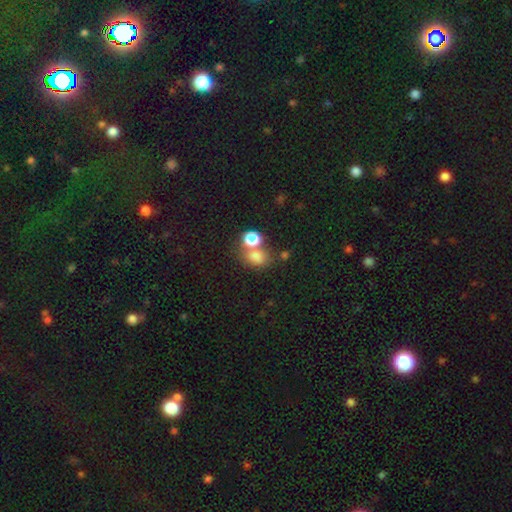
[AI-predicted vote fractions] Smooth or featured: smooth — 76% (star or artifact — 15%)
How rounded: in between — 53% (round — 46%)
Merging: merger — 43% (none — 40%)